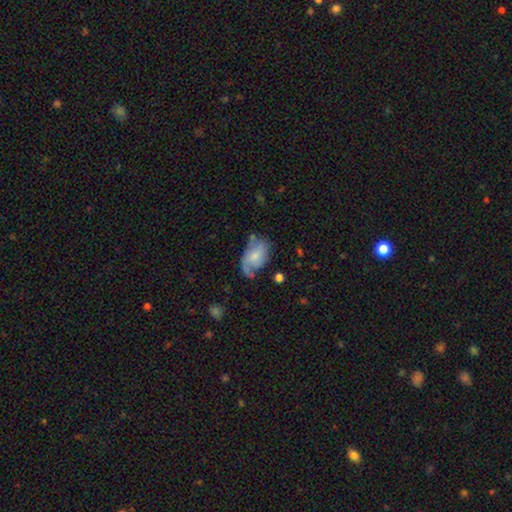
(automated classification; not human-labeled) smooth_or_featured: featured or disk (p=0.53) [alt: smooth p=0.40]
disk_edge_on: no (p=0.96) [alt: yes p=0.04]
bar: no (p=0.68) [alt: weak p=0.28]
has_spiral_arms: yes (p=0.78) [alt: no p=0.22]
bulge_size: small (p=0.44) [alt: moderate p=0.37]
merging: none (p=0.42) [alt: minor disturbance p=0.30]